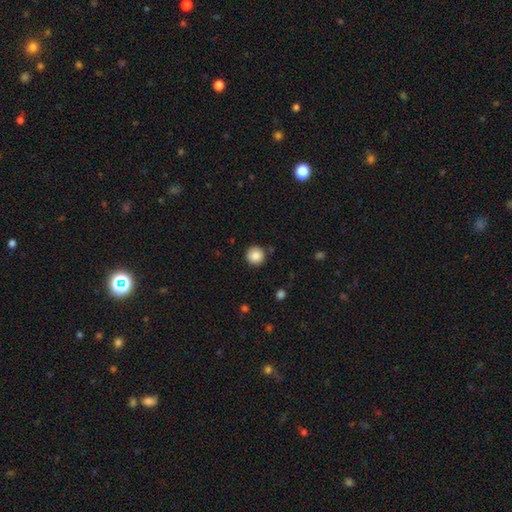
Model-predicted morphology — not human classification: This appears to be a smooth galaxy with no disk features (86%) that is round (96%). Merging: none (89%).